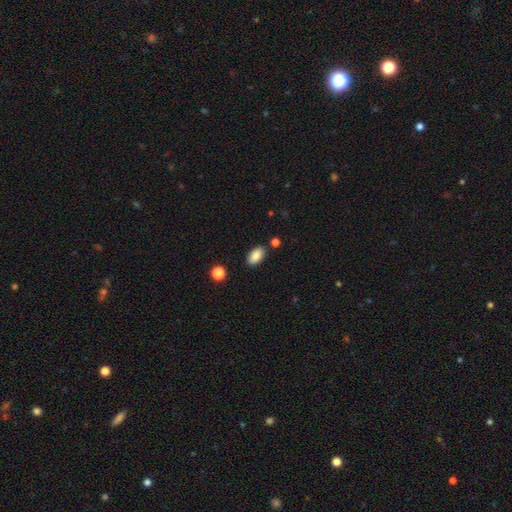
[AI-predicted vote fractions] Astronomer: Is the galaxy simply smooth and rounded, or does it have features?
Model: smooth — 87%.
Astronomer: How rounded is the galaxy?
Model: in between — 93%.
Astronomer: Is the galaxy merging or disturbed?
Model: none — 84%.